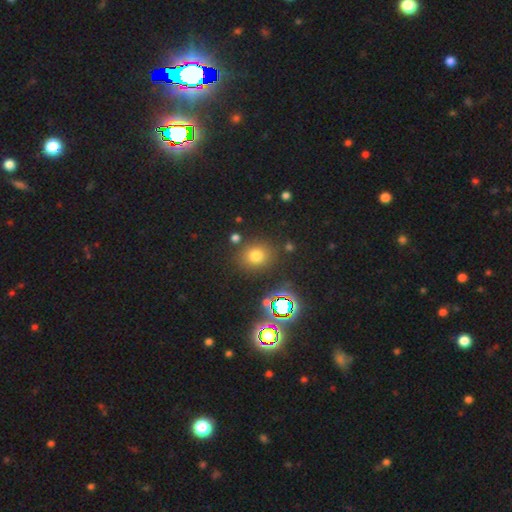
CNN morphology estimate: Q: Smooth or featured?
A: smooth (69%); runner-up: star or artifact (23%)
Q: How rounded?
A: round (71%); runner-up: in between (27%)
Q: Merging?
A: none (82%); runner-up: minor disturbance (10%)